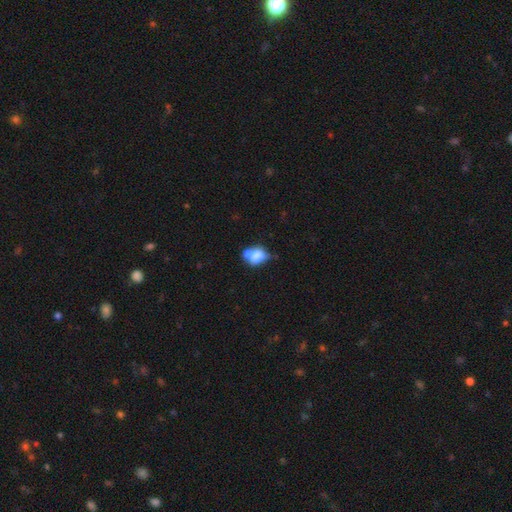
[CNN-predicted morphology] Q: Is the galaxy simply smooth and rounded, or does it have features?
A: smooth — 70%.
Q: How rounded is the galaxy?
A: in between — 67%.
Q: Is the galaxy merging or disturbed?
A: merger — 42%.